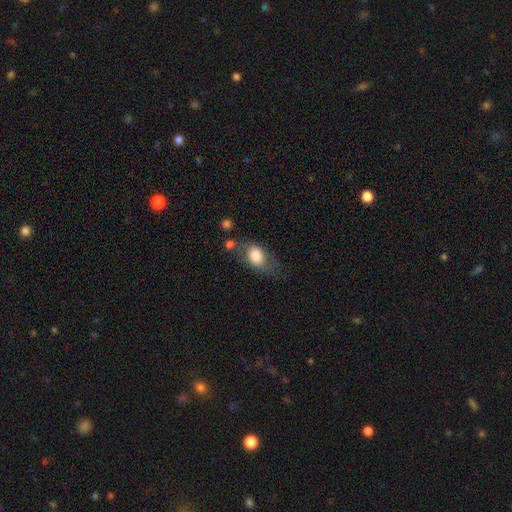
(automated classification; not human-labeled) A smooth galaxy with no disk features (75%) that is in between round and cigar-shaped (81%).

Vote fractions:
- Smooth or featured? smooth: 75% / featured or disk: 18% / star or artifact: 7%
- How rounded? in between: 81% / round: 17% / cigar-shaped: 2%
- Merging? none: 48% / minor disturbance: 26% / major disturbance: 17% / merger: 8%